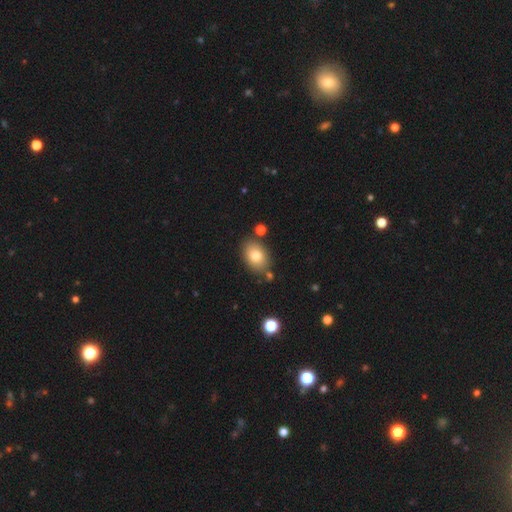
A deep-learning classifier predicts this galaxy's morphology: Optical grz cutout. It shows a smooth galaxy with no disk features (78%) that is in between round and cigar-shaped (77%). Merging: none (78%).